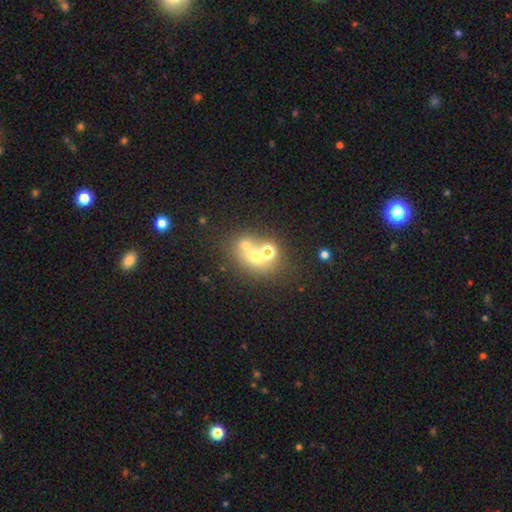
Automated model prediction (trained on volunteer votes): Overall: smooth (52%; featured or disk 28%). How rounded: round (66%; in between 33%). Merging: merger (48%; none 38%).